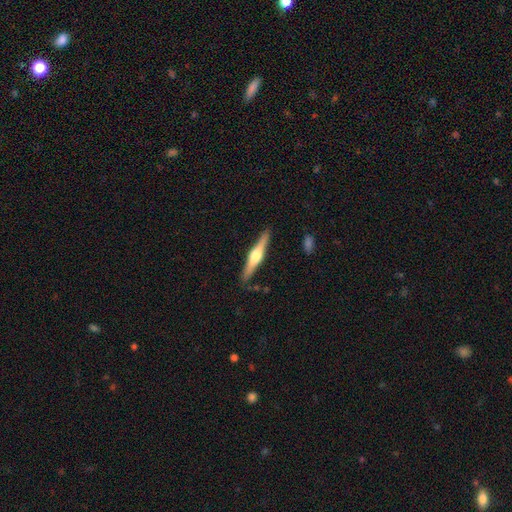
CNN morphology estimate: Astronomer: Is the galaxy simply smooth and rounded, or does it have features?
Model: featured or disk — 69%.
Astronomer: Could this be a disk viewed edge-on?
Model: yes — 97%.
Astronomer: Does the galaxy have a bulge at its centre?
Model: rounded — 93%.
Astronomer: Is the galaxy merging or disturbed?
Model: none — 88%.